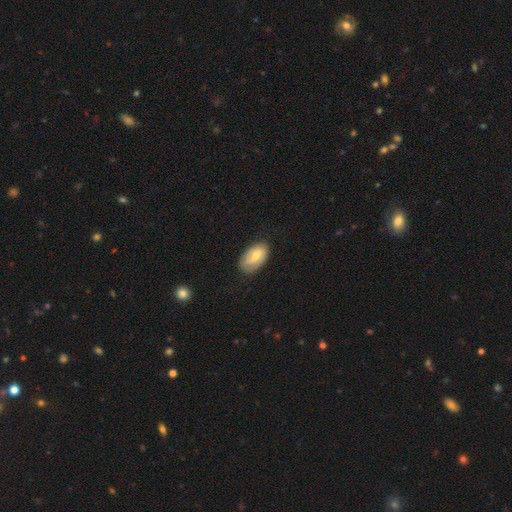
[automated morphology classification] Smooth or featured?
  - featured or disk: 54% *
  - smooth: 40%
  - star or artifact: 6%
Edge-on disk?
  - no: 94% *
  - yes: 6%
Bar?
  - weak: 52% *
  - strong: 25%
  - no: 24%
Spiral arms?
  - yes: 76% *
  - no: 24%
Bulge size?
  - moderate: 55% *
  - small: 37%
  - large: 4%
  - none: 3%
  - dominant: 1%
Merging?
  - none: 78% *
  - minor disturbance: 17%
  - major disturbance: 4%
  - merger: 1%